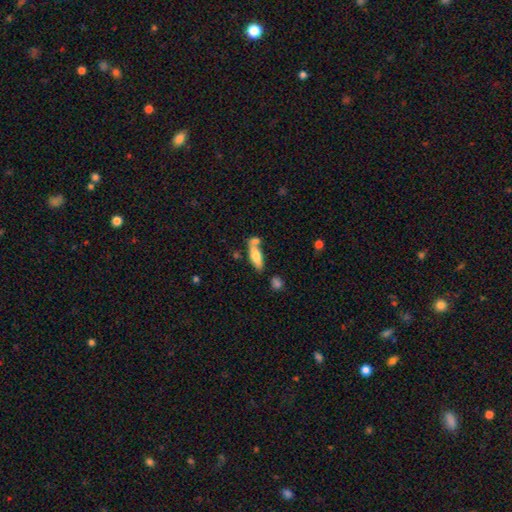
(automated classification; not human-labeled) smooth 73%, featured or disk 20%, star or artifact 7%. Down the decision tree: how rounded — in between (54%); merging — none (49%).